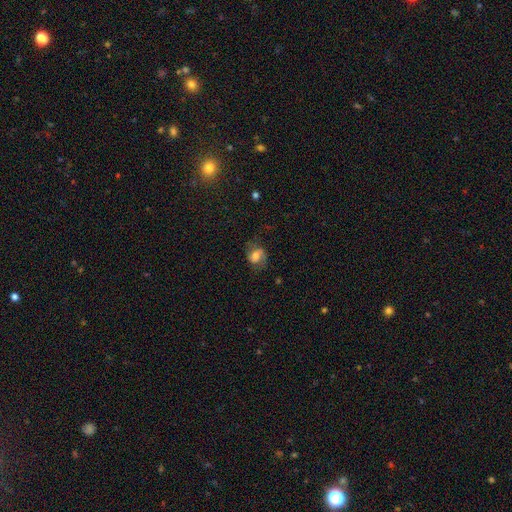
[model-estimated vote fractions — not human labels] The model was most divided on "bar": weak: 43%, no: 40%, strong: 17%. More confident: edge-on disk — no (97%); spiral arms — yes (86%); merging — none (65%); bulge size — moderate (54%); smooth or featured — featured or disk (52%).